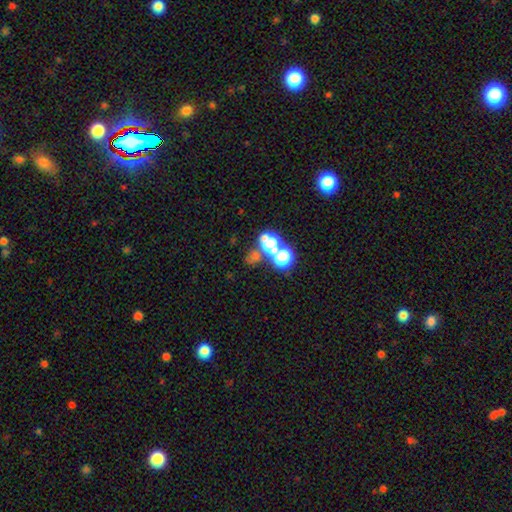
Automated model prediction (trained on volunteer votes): A smooth galaxy with no disk features (52%) that is round (69%). Merging: none (44%).